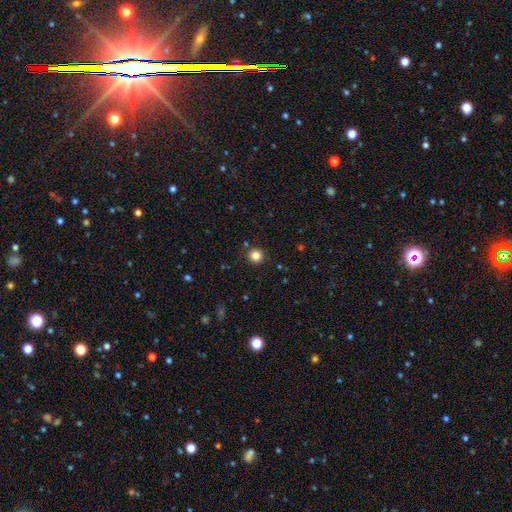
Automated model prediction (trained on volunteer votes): A smooth galaxy with no disk features (84%) that is round (94%). Merging: none (91%).